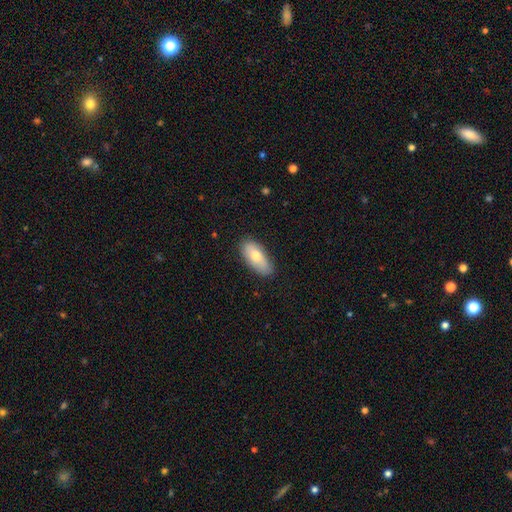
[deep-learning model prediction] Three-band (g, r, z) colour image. It shows a smooth galaxy with no disk features (73%) that is in between round and cigar-shaped (87%). Merging: none (83%).